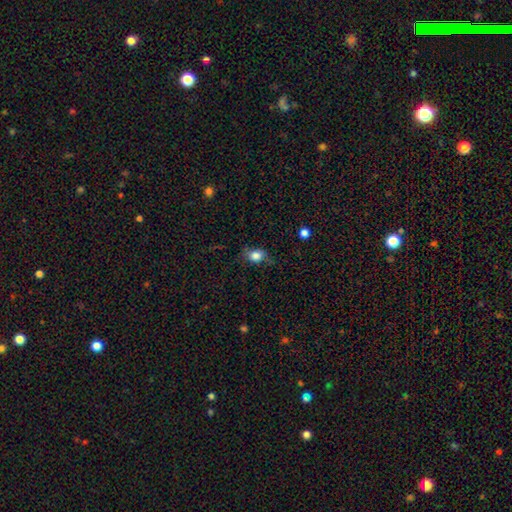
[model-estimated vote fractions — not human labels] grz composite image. It shows a smooth galaxy with no disk features (82%) that is in between round and cigar-shaped (56%). Merging: none (66%).